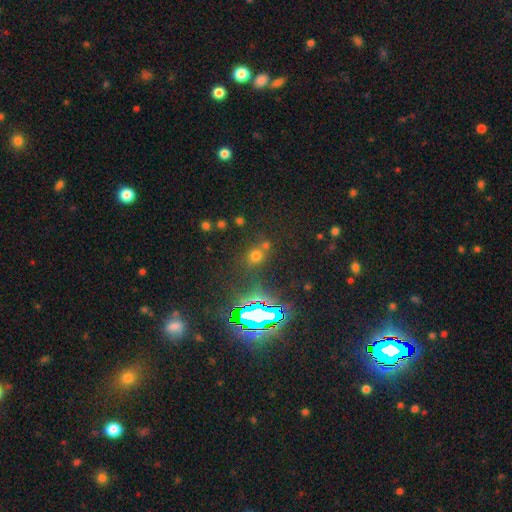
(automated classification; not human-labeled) Overall: smooth (55%; star or artifact 36%). How rounded: round (74%). Merging: none (67%).